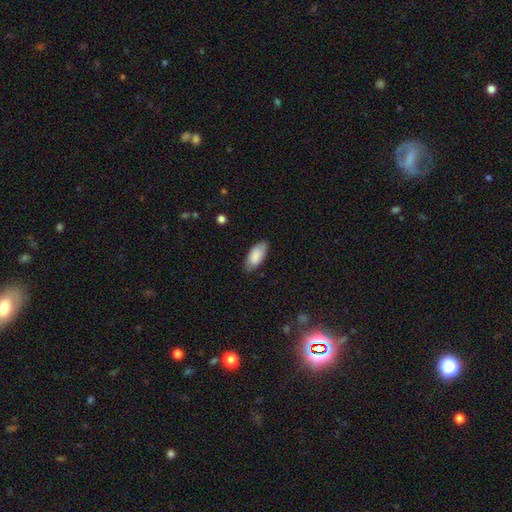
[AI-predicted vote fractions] A smooth galaxy with no disk features (85%) that is in between round and cigar-shaped (90%).

Vote fractions:
- Smooth or featured? smooth: 85% / featured or disk: 9% / star or artifact: 6%
- How rounded? in between: 90% / cigar-shaped: 8% / round: 2%
- Merging? none: 79% / minor disturbance: 17% / major disturbance: 3% / merger: 1%